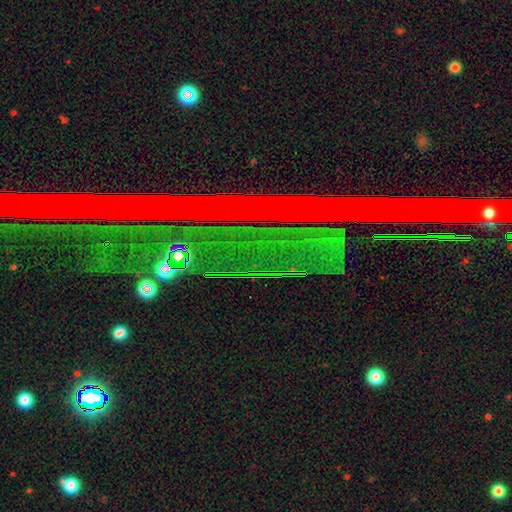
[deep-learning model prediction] star or artifact 82%, featured or disk 11%, smooth 7%.